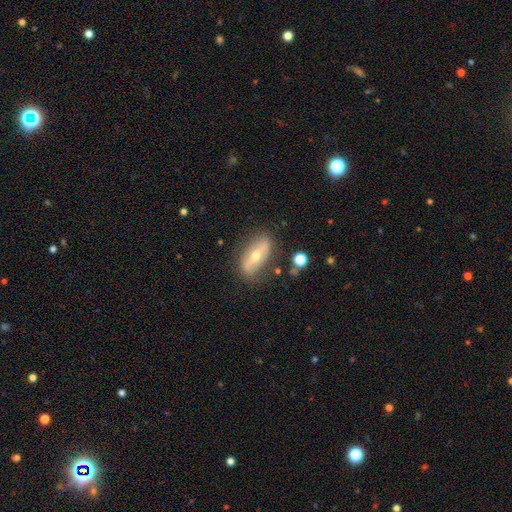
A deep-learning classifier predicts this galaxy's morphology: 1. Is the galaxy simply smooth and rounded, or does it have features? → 56% featured or disk, 37% smooth, 7% star or artifact.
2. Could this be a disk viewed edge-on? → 67% no, 33% yes.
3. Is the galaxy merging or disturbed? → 77% none, 15% minor disturbance, 5% major disturbance, 2% merger.